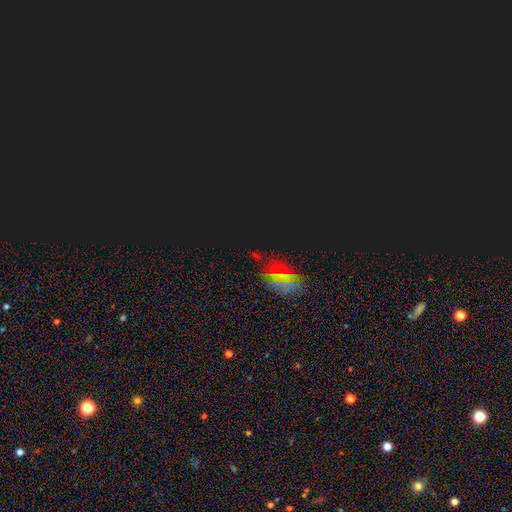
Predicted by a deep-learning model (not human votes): This appears to be a star or artifact, not a galaxy (74%).